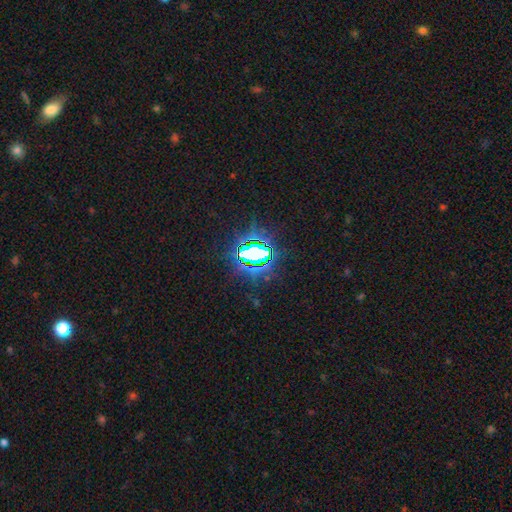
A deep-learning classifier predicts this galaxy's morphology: Overall: star or artifact (77%).